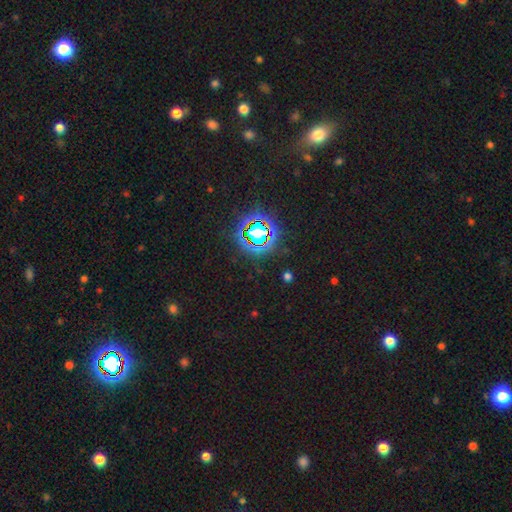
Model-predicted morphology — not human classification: This appears to be a star or artifact, not a galaxy (79%).